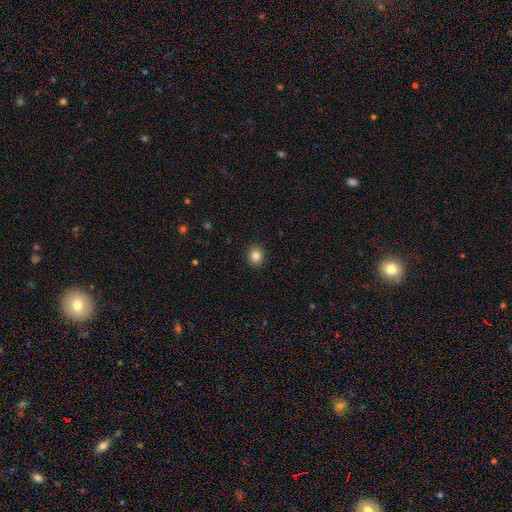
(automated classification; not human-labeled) Smooth or featured? Predicted: smooth (p=0.84). How rounded? Predicted: round (p=0.76). Merging? Predicted: none (p=0.91).